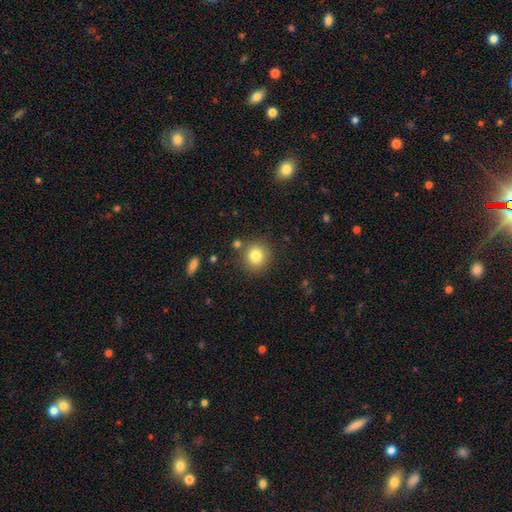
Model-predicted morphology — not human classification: type=smooth (82%); roundness=round (87%); merging=none (82%).